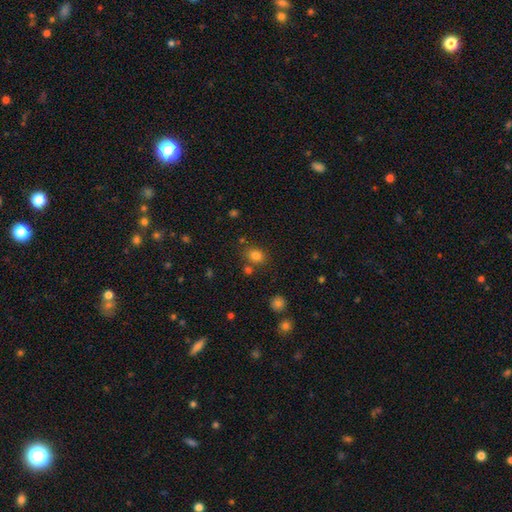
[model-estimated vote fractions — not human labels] Morphology: type=smooth (80%); roundness=round (59%); merging=none (75%).